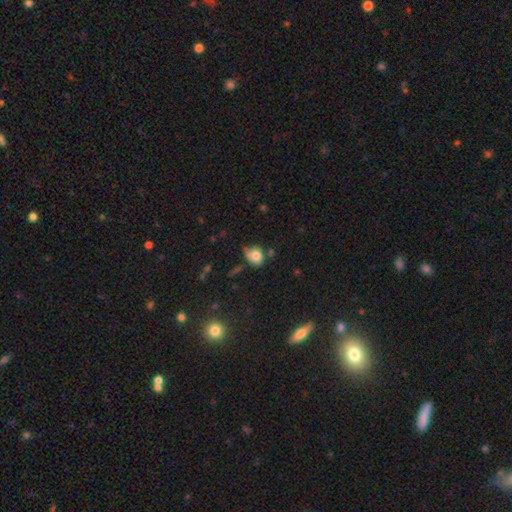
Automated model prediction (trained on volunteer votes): smooth_or_featured: smooth (p=0.76) [alt: featured or disk p=0.13]
how_rounded: round (p=0.56) [alt: in between p=0.43]
merging: none (p=0.48) [alt: minor disturbance p=0.32]